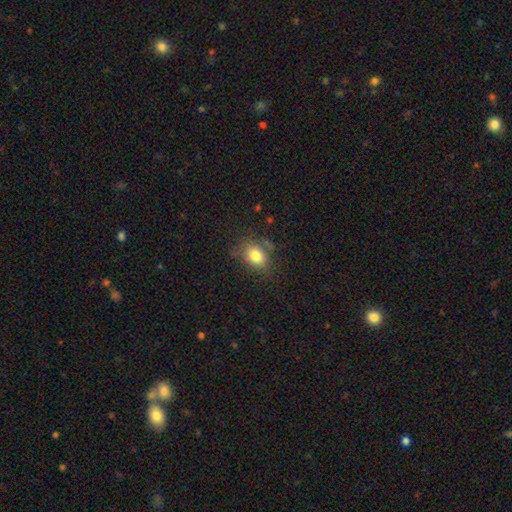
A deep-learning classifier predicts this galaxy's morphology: This is likely a smooth galaxy (80%). How rounded: likely in between (63%). Merging: likely none (72%).